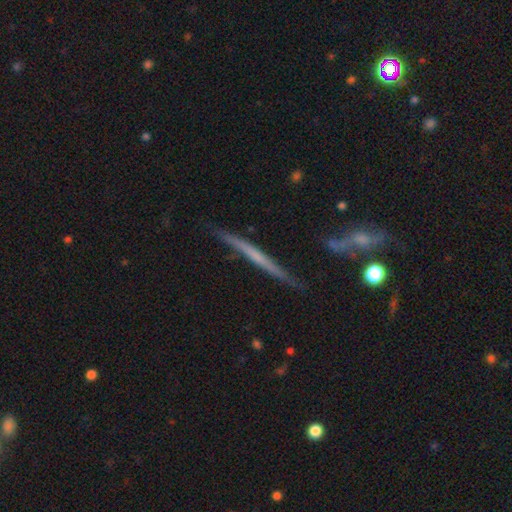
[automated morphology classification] The model was most divided on "smooth or featured": featured or disk: 61%, smooth: 32%, star or artifact: 7%. More confident: edge-on disk — yes (95%); merging — none (79%); edge-on bulge — none (79%).